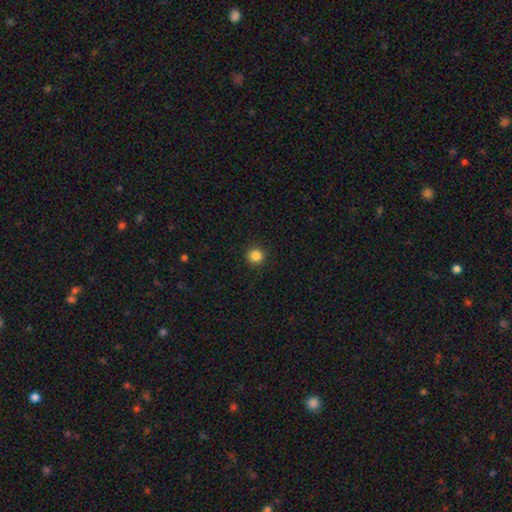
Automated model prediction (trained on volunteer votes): Smooth or featured?
  - smooth: 85% *
  - star or artifact: 12%
  - featured or disk: 4%
How rounded?
  - round: 95% *
  - in between: 4%
  - cigar-shaped: 1%
Merging?
  - none: 93% *
  - minor disturbance: 5%
  - major disturbance: 2%
  - merger: 1%